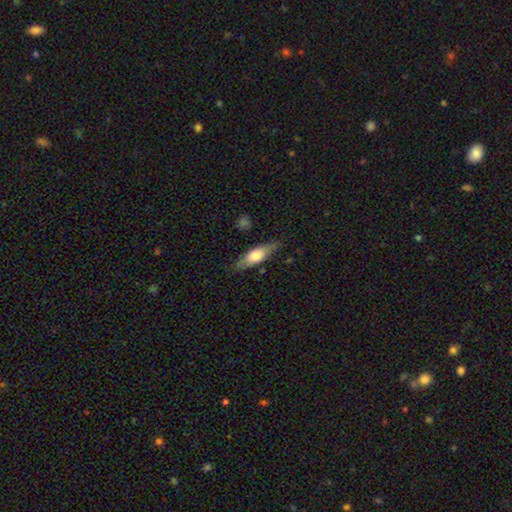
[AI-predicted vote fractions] This is likely a smooth galaxy (61%). How rounded: possibly in between (51%). Merging: likely none (79%).